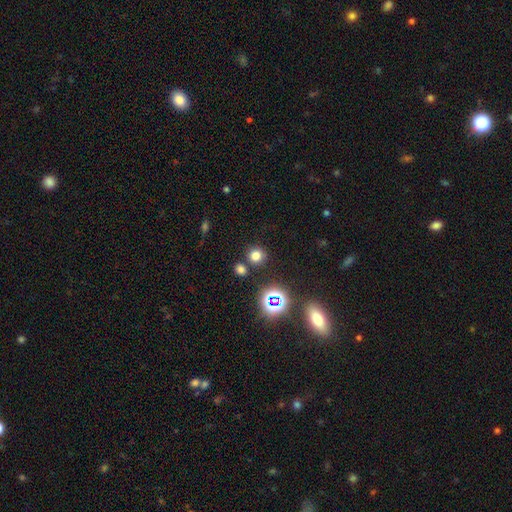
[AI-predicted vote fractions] Morphology: type=smooth (71%); roundness=round (90%); merging=none (82%).